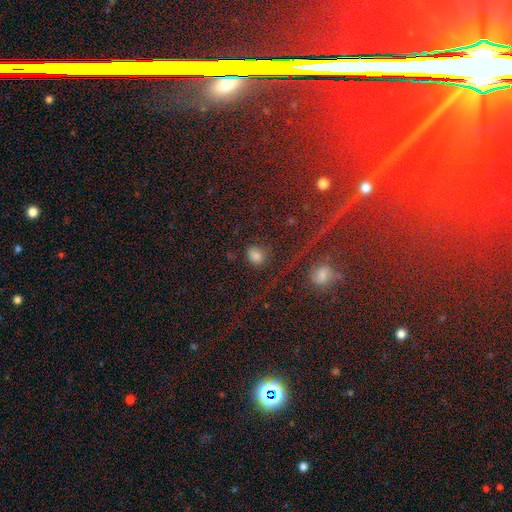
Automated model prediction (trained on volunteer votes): This appears to be a smooth galaxy with no disk features (74%) that is round (66%). Merging: none (69%).